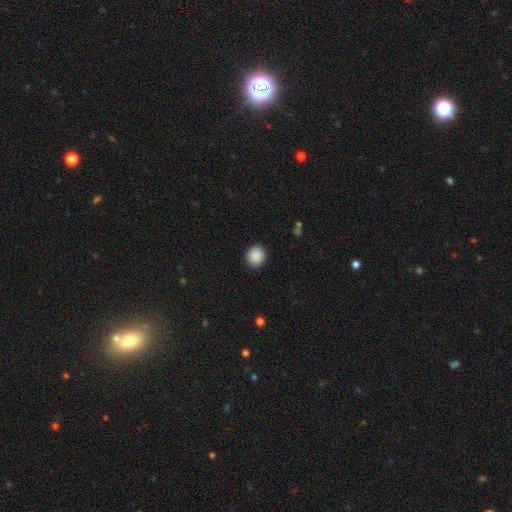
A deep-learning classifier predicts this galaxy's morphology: A smooth galaxy with no disk features (90%) that is round (76%). Merging: none (90%).